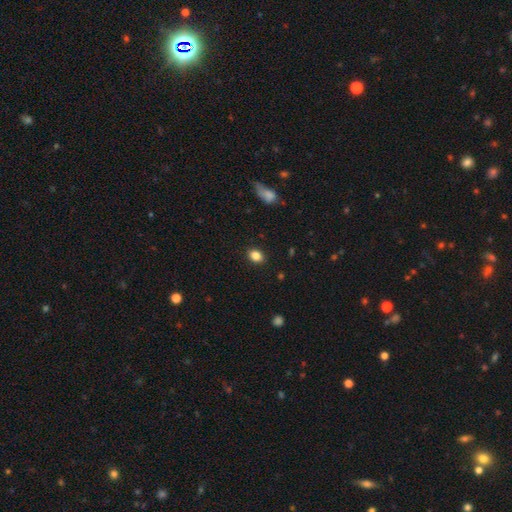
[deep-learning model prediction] Q: Smooth or featured?
A: smooth (85%); runner-up: star or artifact (10%)
Q: How rounded?
A: in between (63%); runner-up: round (35%)
Q: Merging?
A: none (89%); runner-up: minor disturbance (8%)